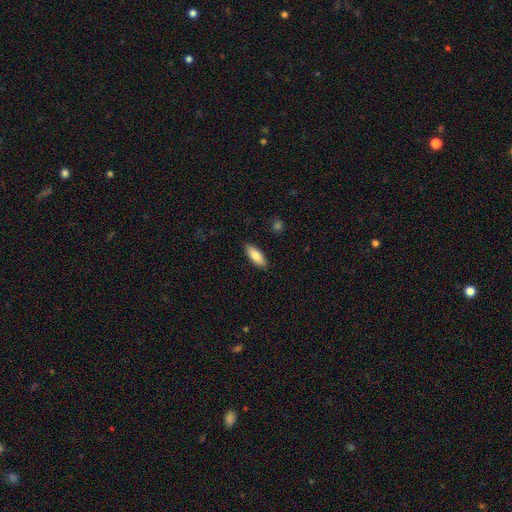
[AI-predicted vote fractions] Smooth or featured? Predicted: smooth (p=0.83). How rounded? Predicted: in between (p=0.74). Merging? Predicted: none (p=0.88).